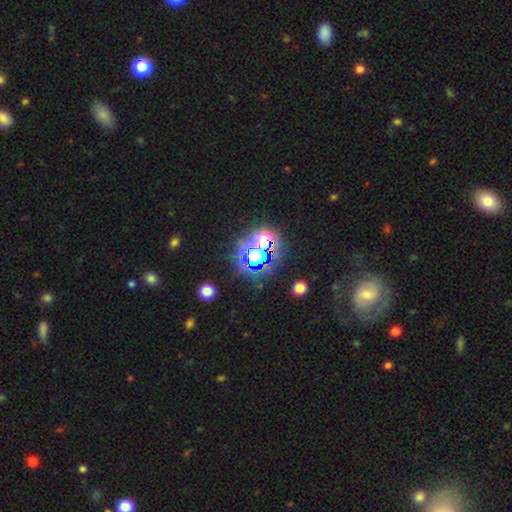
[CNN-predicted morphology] This is likely a star or artifact rather than a galaxy (73%).